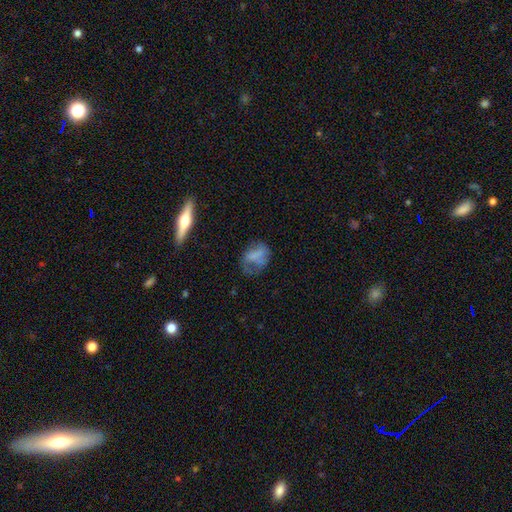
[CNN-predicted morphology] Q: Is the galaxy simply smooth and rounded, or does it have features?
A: smooth — 61%.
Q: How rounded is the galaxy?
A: in between — 67%.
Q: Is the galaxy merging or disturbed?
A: none — 42%.